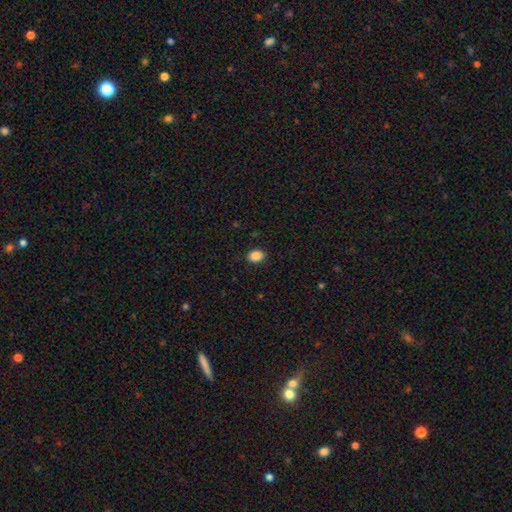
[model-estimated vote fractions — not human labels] This is clearly a smooth galaxy (88%). How rounded: likely in between (66%). Merging: clearly none (89%).